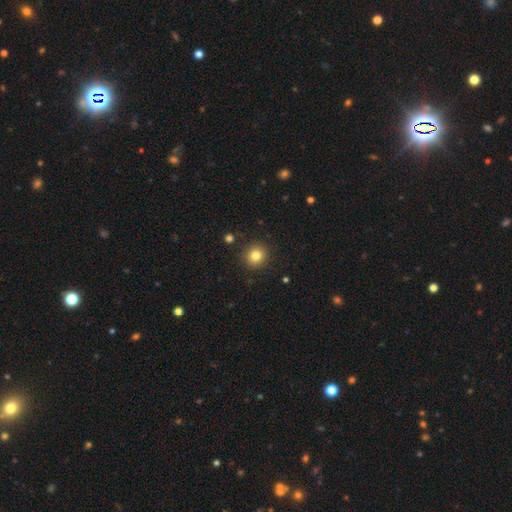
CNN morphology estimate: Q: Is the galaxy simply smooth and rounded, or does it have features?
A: smooth — 81%.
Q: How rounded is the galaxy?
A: round — 89%.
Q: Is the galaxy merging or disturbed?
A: none — 90%.